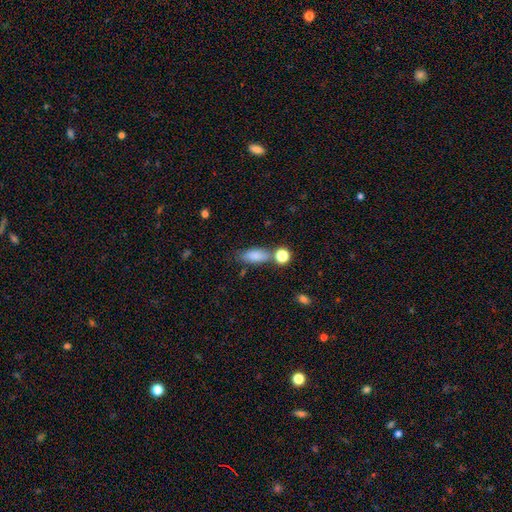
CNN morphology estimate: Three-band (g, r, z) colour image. It shows a smooth galaxy with no disk features (84%) that is in between round and cigar-shaped (75%). Merging: none (61%).